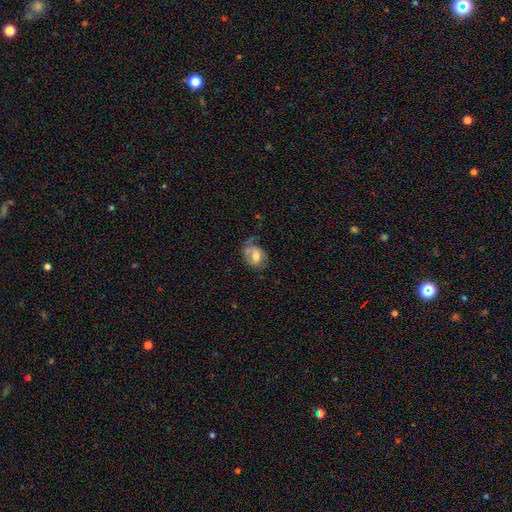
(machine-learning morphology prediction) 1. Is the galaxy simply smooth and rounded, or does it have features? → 55% smooth, 37% featured or disk, 8% star or artifact.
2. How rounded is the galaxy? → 62% in between, 37% round, 1% cigar-shaped.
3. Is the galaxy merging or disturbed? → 41% none, 33% minor disturbance, 24% major disturbance, 3% merger.